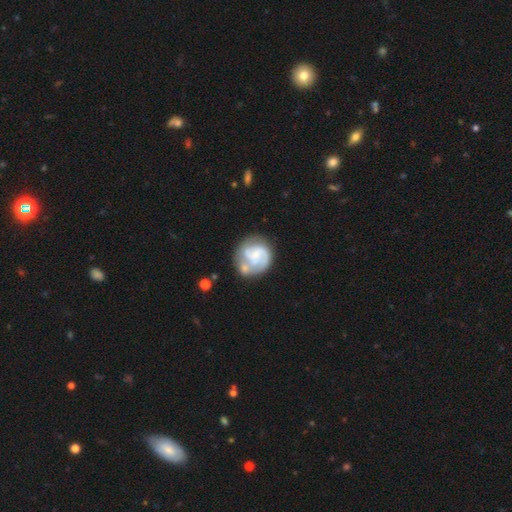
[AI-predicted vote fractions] This is likely a featured or disk galaxy (71%). It is clearly not viewed edge-on (98%). Bar: possibly no (53%). Spiral arm pattern: clearly yes (88%). Spiral arm count: likely 2 (60%). Spiral winding: marginally medium (43%). Central bulge: possibly small (54%). Merging: possibly none (50%).